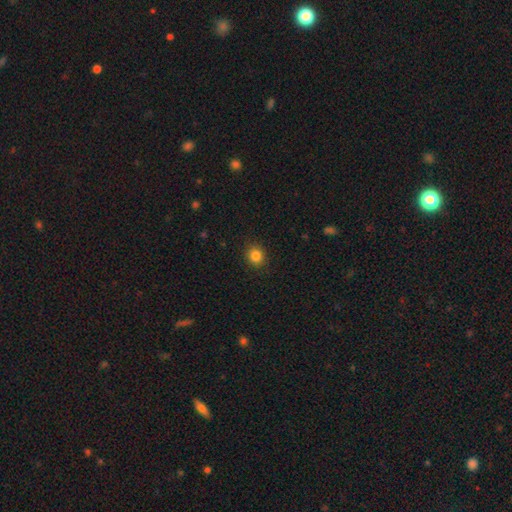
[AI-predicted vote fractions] A smooth galaxy with no disk features (84%) that is round (83%). Merging: none (91%).